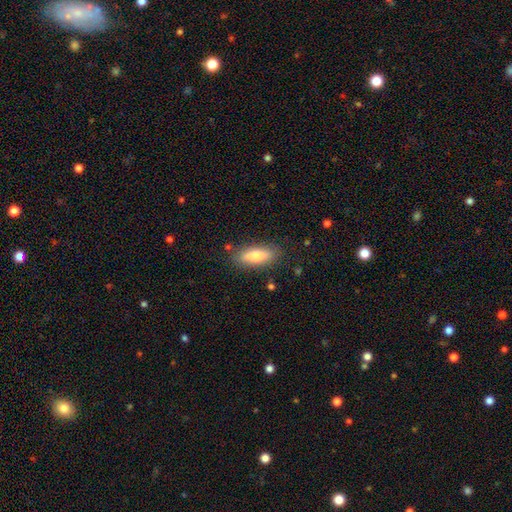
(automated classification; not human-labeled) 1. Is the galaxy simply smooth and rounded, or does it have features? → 77% smooth, 16% featured or disk, 7% star or artifact.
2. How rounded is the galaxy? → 64% in between, 33% cigar-shaped, 2% round.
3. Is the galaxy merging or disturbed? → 83% none, 12% minor disturbance, 3% major disturbance, 2% merger.